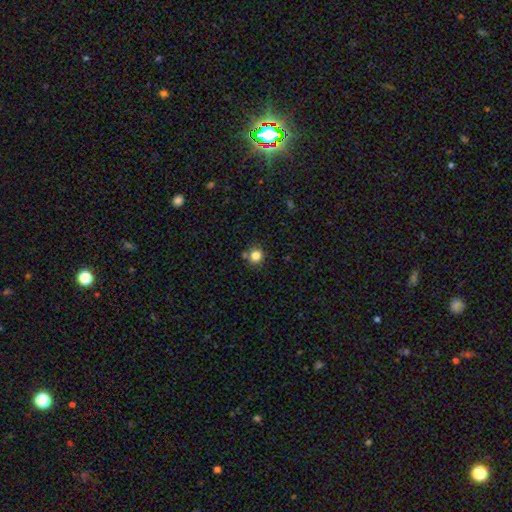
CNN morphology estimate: A smooth galaxy with no disk features (83%) that is round (93%). Merging: none (79%).